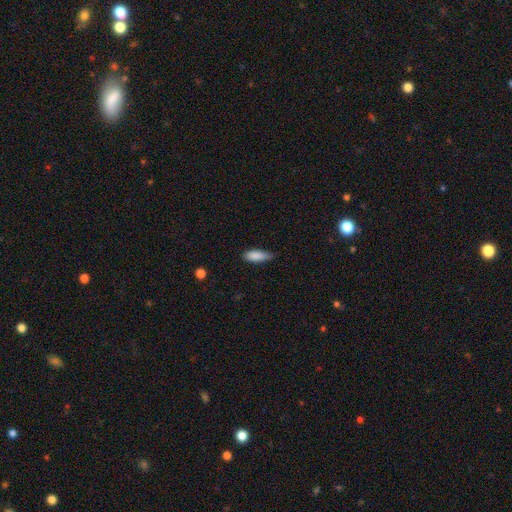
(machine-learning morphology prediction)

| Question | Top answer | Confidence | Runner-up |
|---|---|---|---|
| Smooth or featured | smooth | 86% | star or artifact (7%) |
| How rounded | in between | 66% | cigar-shaped (32%) |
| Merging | none | 62% | minor disturbance (32%) |